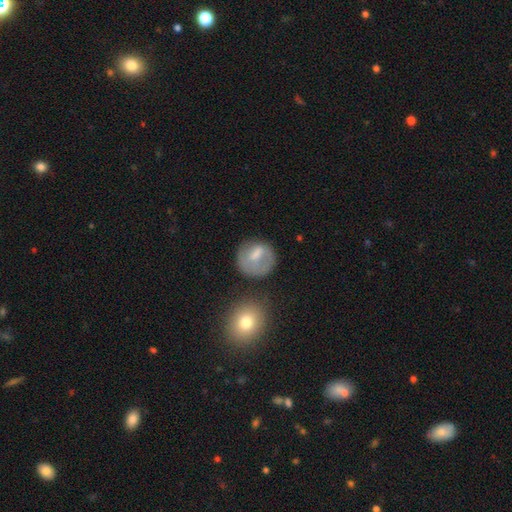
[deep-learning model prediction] A smooth galaxy with no disk features (64%) that is round (81%). Merging: none (58%).